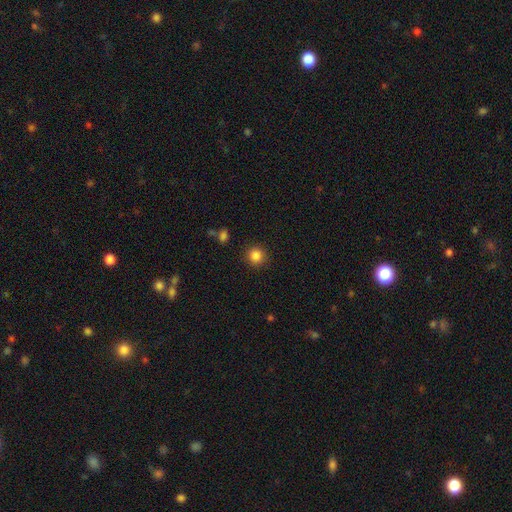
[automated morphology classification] Smooth or featured? smooth (85%)
How rounded? round (92%)
Merging? none (89%)